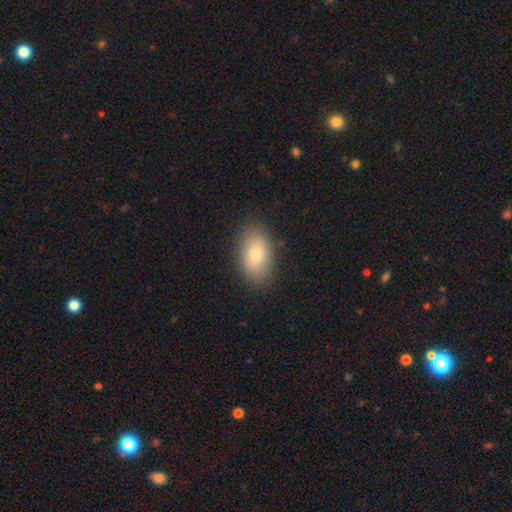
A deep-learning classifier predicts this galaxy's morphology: smooth 81%, featured or disk 11%, star or artifact 8%. Down the decision tree: how rounded — in between (91%); merging — none (86%).